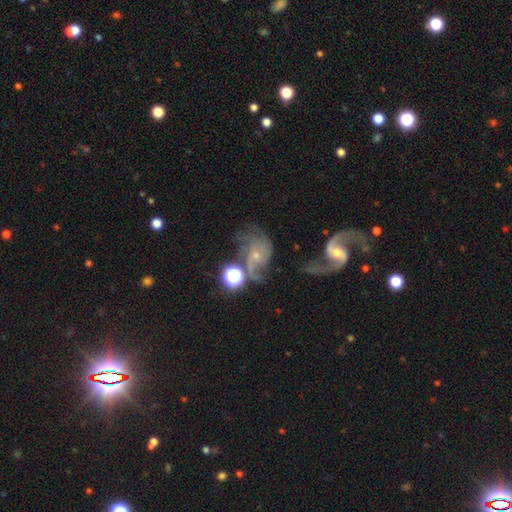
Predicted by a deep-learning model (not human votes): This appears to be a featured or disk galaxy (77%) with no bar (61%), 2 (58%) medium (43%) spiral arms (94%) and a small central bulge (68%). Merging: none (36%).